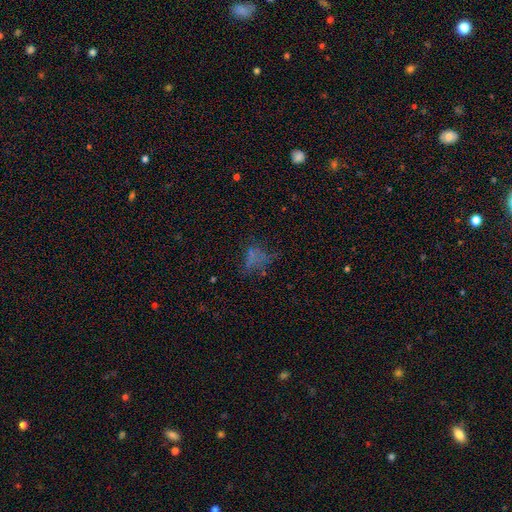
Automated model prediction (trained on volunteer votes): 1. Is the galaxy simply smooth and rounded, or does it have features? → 43% smooth, 32% star or artifact, 25% featured or disk.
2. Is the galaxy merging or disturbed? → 45% none, 30% major disturbance, 19% minor disturbance, 6% merger.